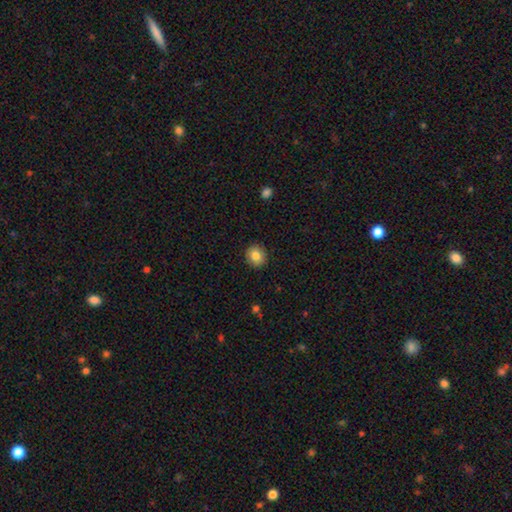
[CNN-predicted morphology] A smooth galaxy with no disk features (83%) that is round (83%).

Vote fractions:
- Smooth or featured? smooth: 83% / star or artifact: 9% / featured or disk: 8%
- How rounded? round: 83% / in between: 16% / cigar-shaped: 1%
- Merging? none: 91% / minor disturbance: 6% / major disturbance: 2% / merger: 1%